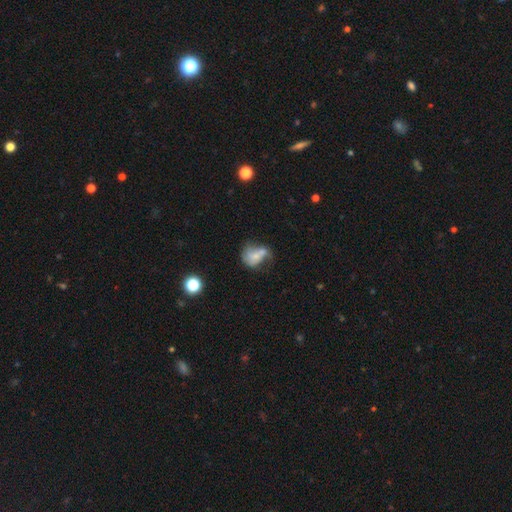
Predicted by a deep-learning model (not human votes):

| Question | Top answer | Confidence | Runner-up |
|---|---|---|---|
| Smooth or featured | smooth | 48% | featured or disk (41%) |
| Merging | merger | 33% | none (25%) |